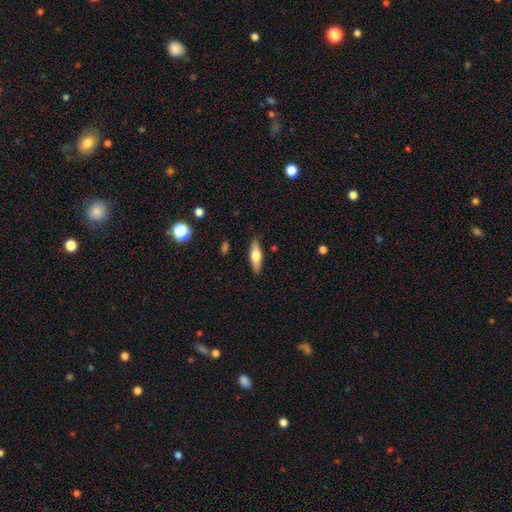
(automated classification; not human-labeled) smooth_or_featured: smooth (p=0.56) [alt: featured or disk p=0.37]
how_rounded: in between (p=0.51) [alt: cigar-shaped p=0.47]
merging: none (p=0.87) [alt: minor disturbance p=0.09]